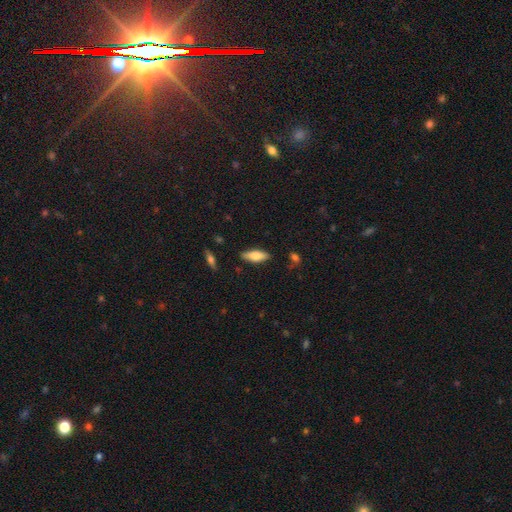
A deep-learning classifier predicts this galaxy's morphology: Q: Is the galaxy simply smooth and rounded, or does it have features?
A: smooth — 70%.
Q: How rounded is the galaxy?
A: in between — 66%.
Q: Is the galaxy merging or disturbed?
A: none — 84%.